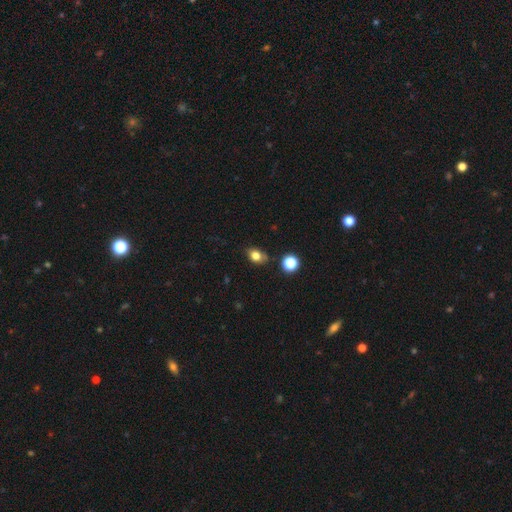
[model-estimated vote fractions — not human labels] Smooth or featured?
  - smooth: 79% *
  - star or artifact: 11%
  - featured or disk: 10%
How rounded?
  - in between: 73% *
  - round: 25%
  - cigar-shaped: 2%
Merging?
  - none: 75% *
  - minor disturbance: 18%
  - merger: 4%
  - major disturbance: 4%